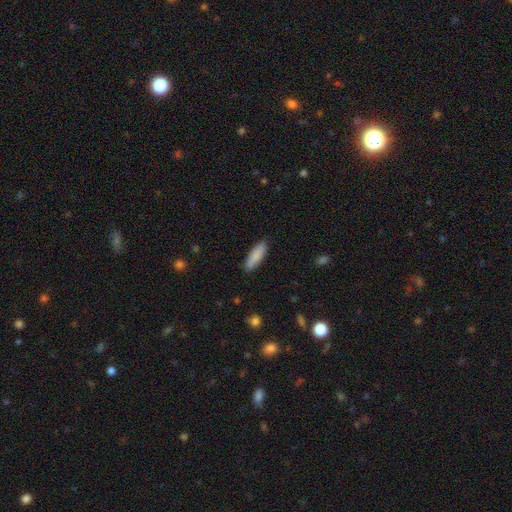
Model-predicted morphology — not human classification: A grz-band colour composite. It shows a smooth galaxy with no disk features (87%) that is in between round and cigar-shaped (50%). Merging: none (88%).